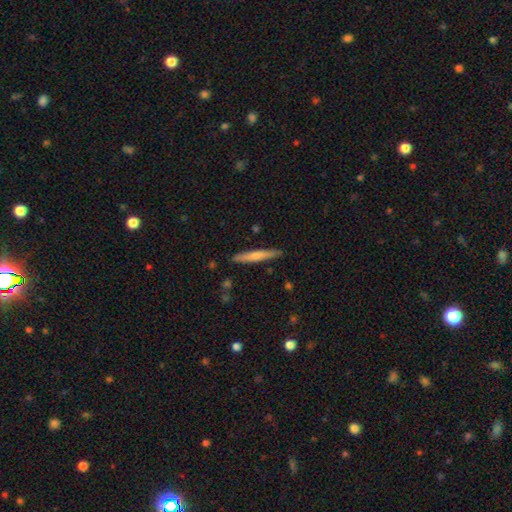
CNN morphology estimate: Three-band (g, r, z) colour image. It shows a smooth galaxy with no disk features (63%) that is cigar-shaped (95%). Merging: none (89%).